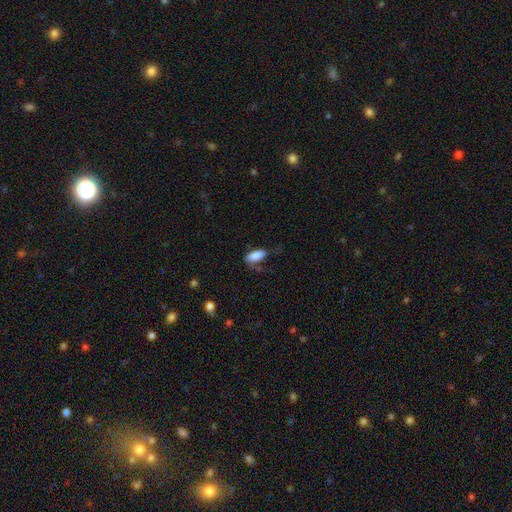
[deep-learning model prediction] Q: Smooth or featured?
A: smooth (84%); runner-up: featured or disk (9%)
Q: How rounded?
A: in between (88%); runner-up: cigar-shaped (9%)
Q: Merging?
A: none (47%); runner-up: minor disturbance (30%)